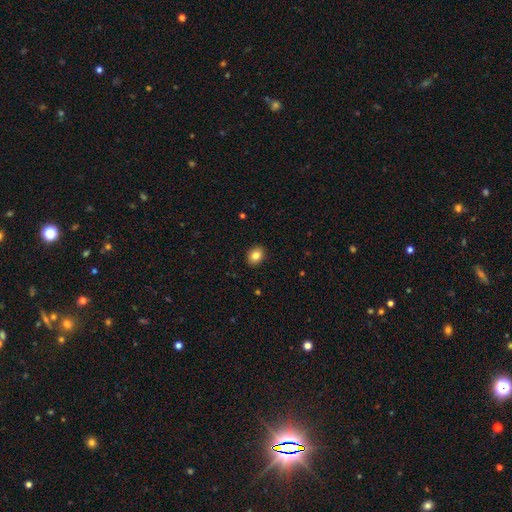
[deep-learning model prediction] smooth-or-featured: smooth: 83% | star or artifact: 9% | featured or disk: 8%
  how-rounded: in between: 57% | round: 43% | cigar-shaped: 1%
  merging: none: 91% | minor disturbance: 7% | major disturbance: 2% | merger: 1%